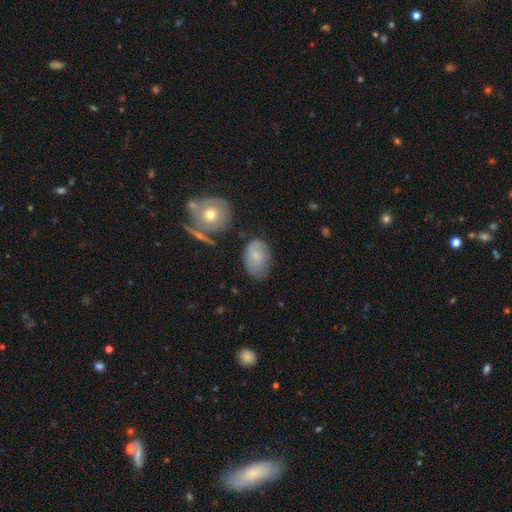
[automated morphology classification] Smooth or featured? Predicted: smooth (p=0.69). How rounded? Predicted: in between (p=0.85). Merging? Predicted: none (p=0.60).